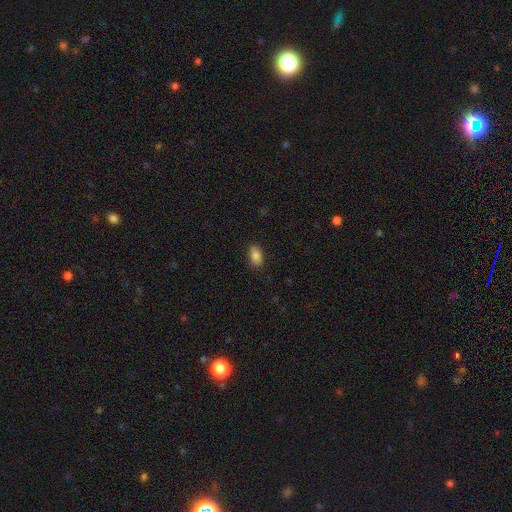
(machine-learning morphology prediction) This is clearly a smooth galaxy (83%). How rounded: clearly in between (91%). Merging: clearly none (84%).